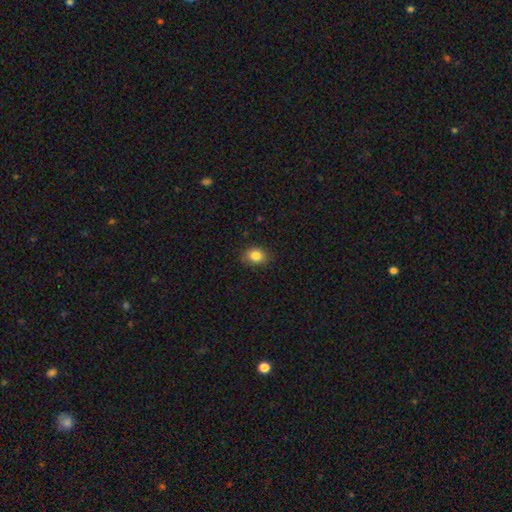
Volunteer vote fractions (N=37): A smooth galaxy with no disk features (81%) that is round (60%). Merging: none (83%).